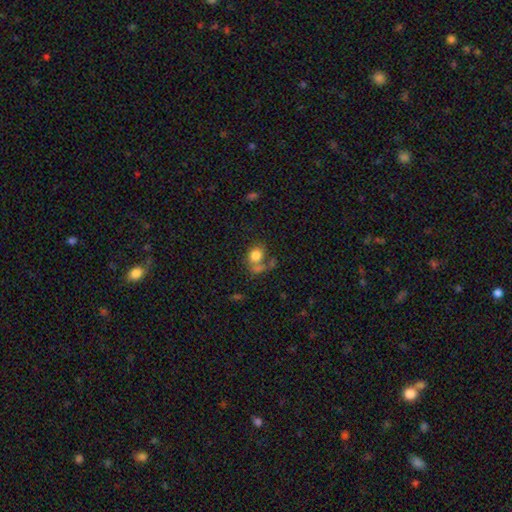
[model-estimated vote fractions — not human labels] Morphology: type=smooth (76%); roundness=round (59%); merging=none (40%).